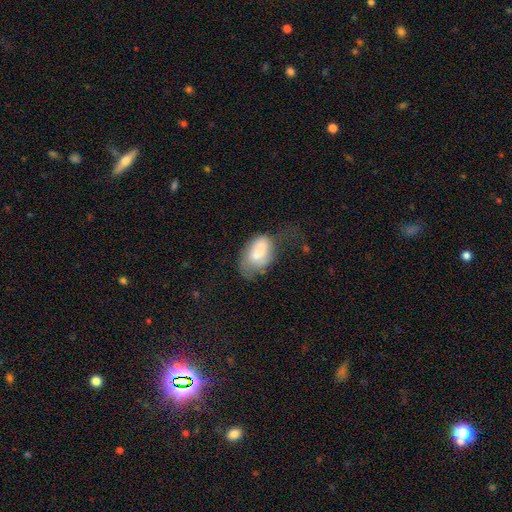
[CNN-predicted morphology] A smooth galaxy with no disk features (65%) that is in between round and cigar-shaped (91%). Merging: major disturbance (34%).